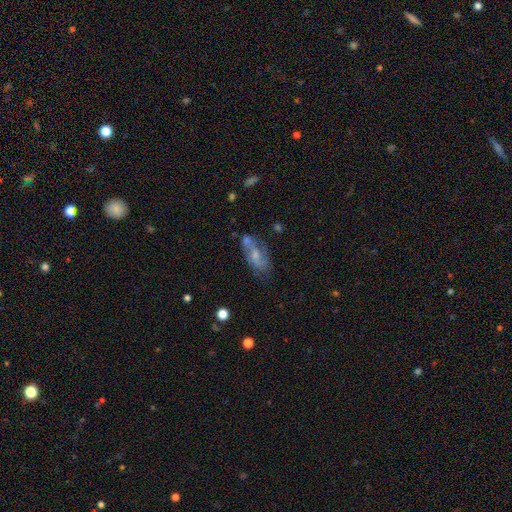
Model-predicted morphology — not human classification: smooth-or-featured: featured or disk: 52% | smooth: 39% | star or artifact: 9%
  disk-edge-on: no: 90% | yes: 10%
  merging: none: 48% | minor disturbance: 23% | merger: 17% | major disturbance: 12%